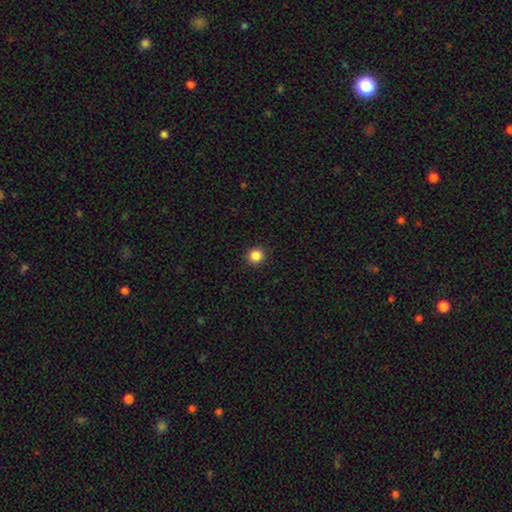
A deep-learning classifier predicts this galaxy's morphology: smooth 85%, star or artifact 11%, featured or disk 3%. Down the decision tree: how rounded — round (92%); merging — none (92%).